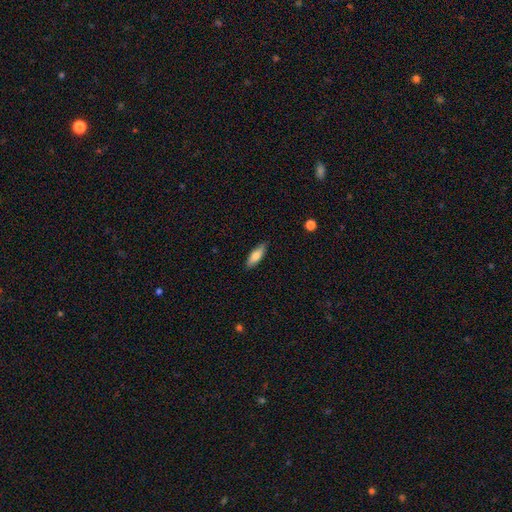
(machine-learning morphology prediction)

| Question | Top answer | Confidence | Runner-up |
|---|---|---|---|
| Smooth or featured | smooth | 78% | featured or disk (16%) |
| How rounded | in between | 61% | cigar-shaped (37%) |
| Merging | none | 85% | minor disturbance (11%) |